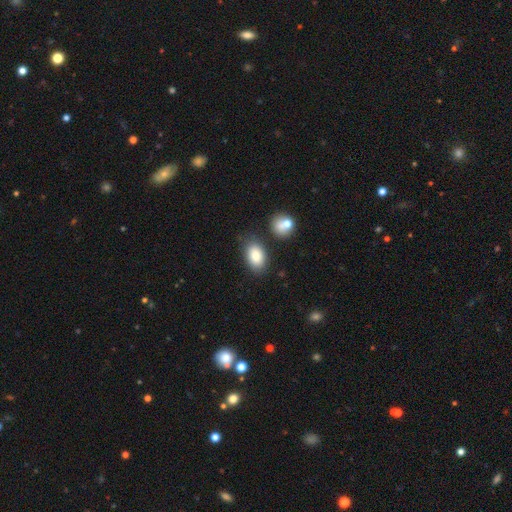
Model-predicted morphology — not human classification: Smooth or featured: smooth — 83% (featured or disk — 9%)
How rounded: in between — 90% (round — 9%)
Merging: none — 76% (minor disturbance — 13%)